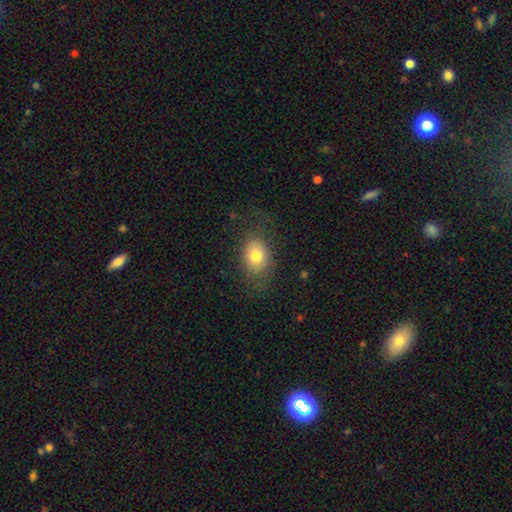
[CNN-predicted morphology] smooth 77%, featured or disk 13%, star or artifact 10%. Down the decision tree: how rounded — in between (66%); merging — none (70%).